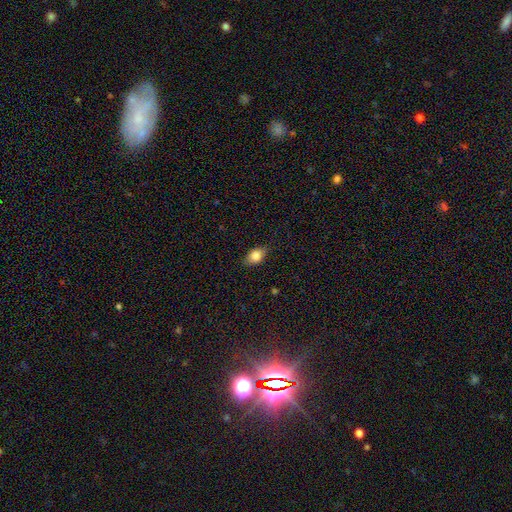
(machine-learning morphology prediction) A smooth galaxy with no disk features (79%) that is in between round and cigar-shaped (79%).

Vote fractions:
- Smooth or featured? smooth: 79% / featured or disk: 12% / star or artifact: 9%
- How rounded? in between: 79% / round: 18% / cigar-shaped: 3%
- Merging? none: 81% / minor disturbance: 15% / major disturbance: 3% / merger: 1%